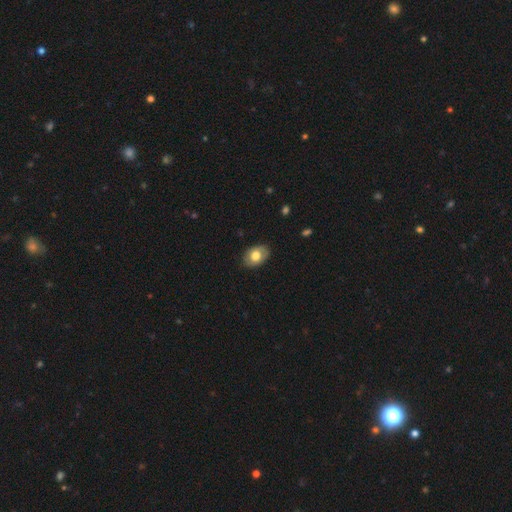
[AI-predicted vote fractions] Smooth or featured: smooth — 70% (featured or disk — 24%)
How rounded: in between — 82% (round — 17%)
Merging: none — 84% (minor disturbance — 12%)